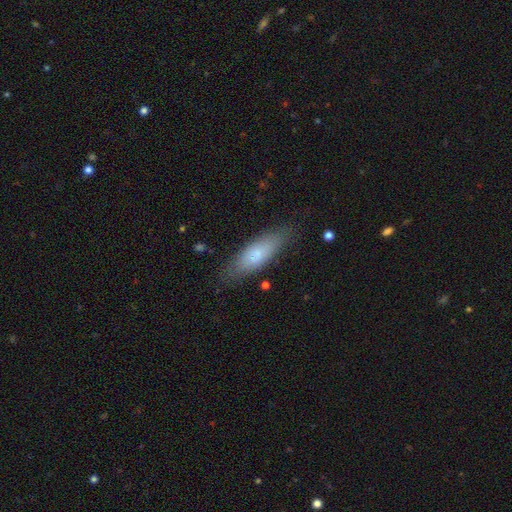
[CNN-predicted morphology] type=smooth (71%); roundness=cigar-shaped (54%); merging=none (82%).